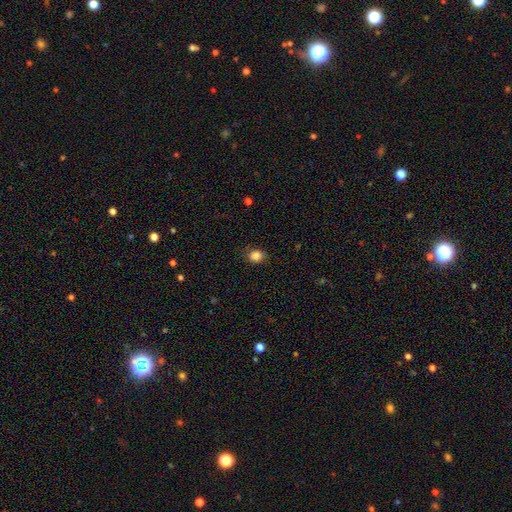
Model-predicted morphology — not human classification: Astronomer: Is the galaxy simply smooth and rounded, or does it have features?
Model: smooth — 85%.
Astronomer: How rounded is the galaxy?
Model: round — 65%.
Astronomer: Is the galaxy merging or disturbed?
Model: none — 80%.